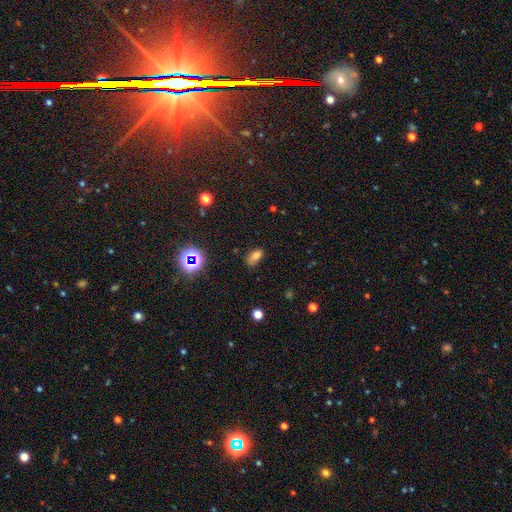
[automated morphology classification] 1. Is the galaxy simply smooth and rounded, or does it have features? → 72% smooth, 18% star or artifact, 9% featured or disk.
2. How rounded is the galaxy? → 85% in between, 8% round, 6% cigar-shaped.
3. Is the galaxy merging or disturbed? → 61% none, 26% minor disturbance, 9% major disturbance, 4% merger.